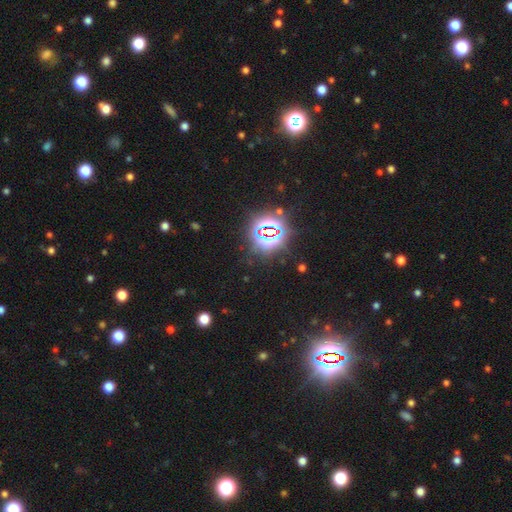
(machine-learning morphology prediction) smooth_or_featured: star or artifact (p=0.83) [alt: smooth p=0.11]